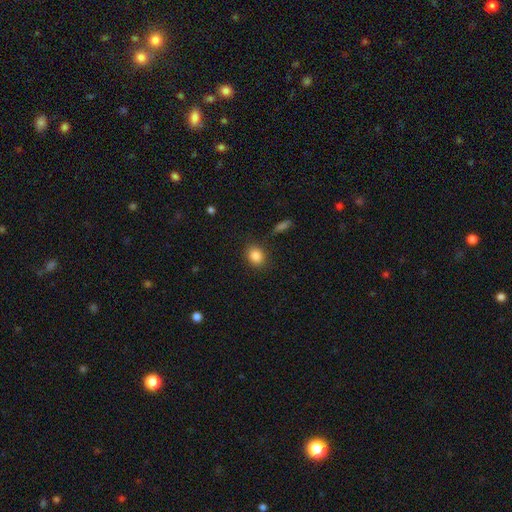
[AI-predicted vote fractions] Smooth or featured? smooth (86%)
How rounded? round (59%)
Merging? none (84%)